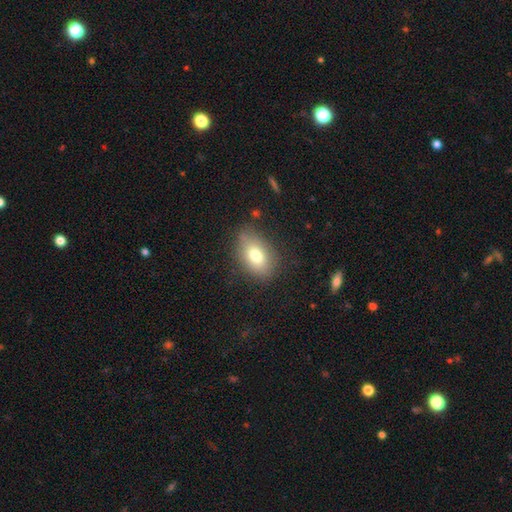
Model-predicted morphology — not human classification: Smooth or featured: smooth — 76% (featured or disk — 15%)
How rounded: in between — 84% (round — 14%)
Merging: none — 76% (minor disturbance — 17%)